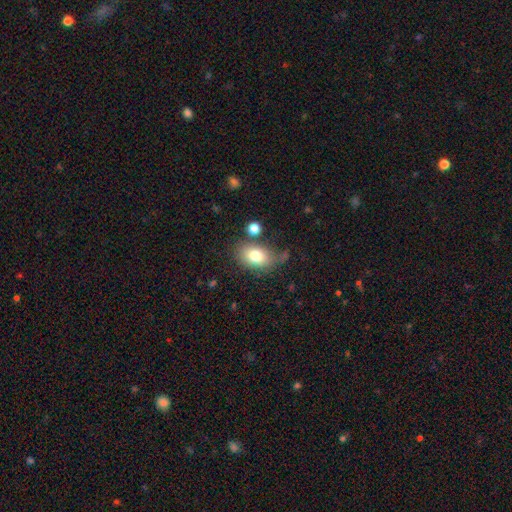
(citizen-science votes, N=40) Smooth or featured: smooth — 78% (star or artifact — 12%)
How rounded: in between — 74% (round — 26%)
Merging: none — 43% (minor disturbance — 34%)